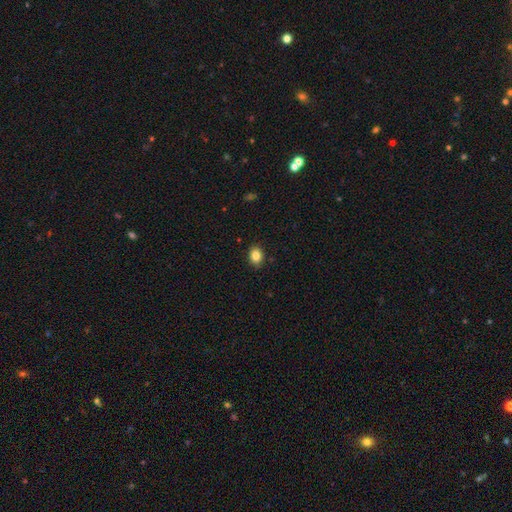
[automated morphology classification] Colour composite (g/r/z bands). It shows a smooth galaxy with no disk features (85%) that is in between round and cigar-shaped (53%). Merging: none (88%).